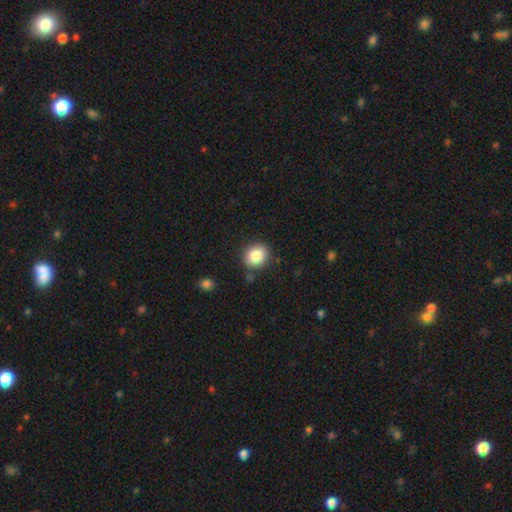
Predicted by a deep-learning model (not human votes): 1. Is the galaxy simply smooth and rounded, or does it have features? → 84% smooth, 9% star or artifact, 7% featured or disk.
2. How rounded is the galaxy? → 70% round, 29% in between, 1% cigar-shaped.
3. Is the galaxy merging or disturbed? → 85% none, 10% minor disturbance, 3% major disturbance, 3% merger.